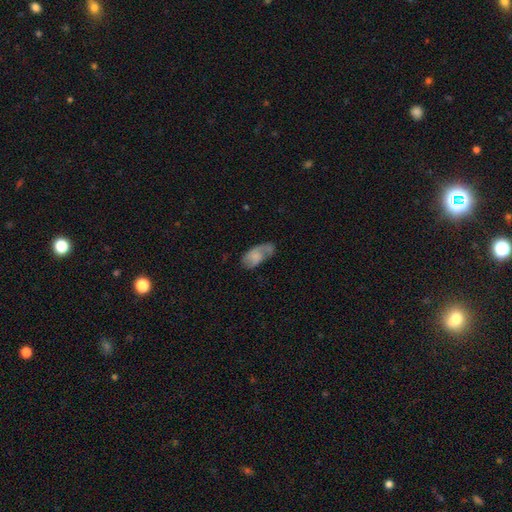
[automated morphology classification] The model was most divided on "merging": none: 37%, minor disturbance: 30%, major disturbance: 24%, merger: 9%. More confident: how rounded — in between (91%); smooth or featured — smooth (56%).